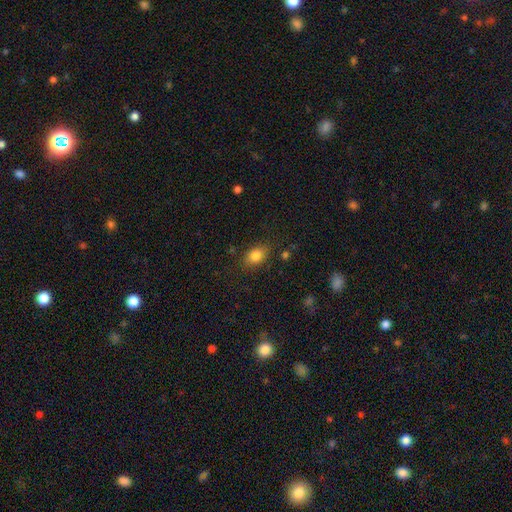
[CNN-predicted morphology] smooth-or-featured: smooth: 82% | star or artifact: 10% | featured or disk: 8%
  how-rounded: in between: 76% | round: 23% | cigar-shaped: 2%
  merging: none: 82% | minor disturbance: 13% | major disturbance: 4% | merger: 2%